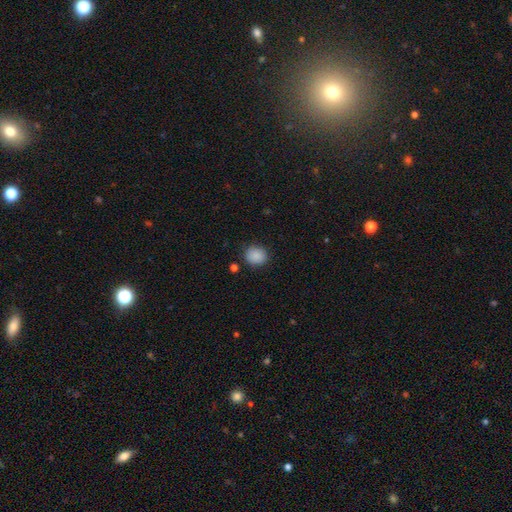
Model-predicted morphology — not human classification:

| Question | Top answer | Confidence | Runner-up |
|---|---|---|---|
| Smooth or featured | smooth | 88% | star or artifact (9%) |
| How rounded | round | 75% | in between (24%) |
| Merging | none | 86% | minor disturbance (10%) |